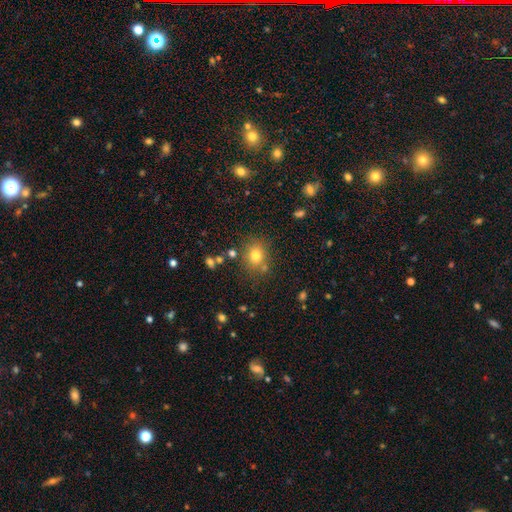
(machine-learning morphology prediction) Smooth or featured?
  - smooth: 75% *
  - star or artifact: 15%
  - featured or disk: 10%
How rounded?
  - round: 67% *
  - in between: 32%
  - cigar-shaped: 1%
Merging?
  - none: 76% *
  - minor disturbance: 12%
  - merger: 8%
  - major disturbance: 4%